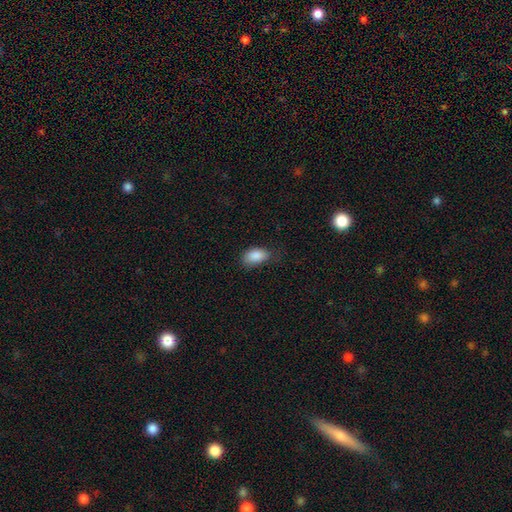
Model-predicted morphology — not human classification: A smooth galaxy with no disk features (87%) that is in between round and cigar-shaped (91%).

Vote fractions:
- Smooth or featured? smooth: 87% / star or artifact: 8% / featured or disk: 5%
- How rounded? in between: 91% / round: 7% / cigar-shaped: 2%
- Merging? none: 62% / minor disturbance: 29% / major disturbance: 7% / merger: 1%